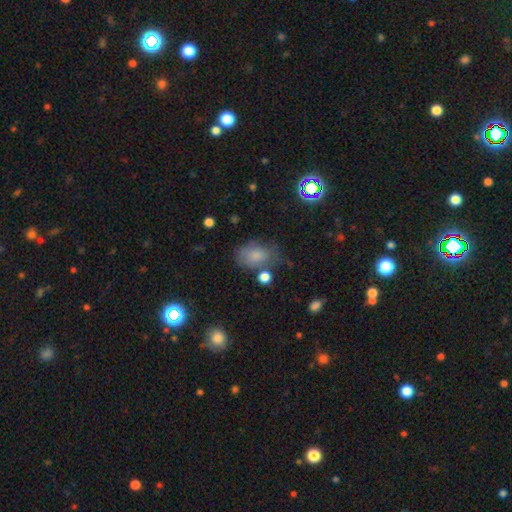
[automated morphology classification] A smooth galaxy with no disk features (76%) that is in between round and cigar-shaped (78%).

Vote fractions:
- Smooth or featured? smooth: 76% / star or artifact: 12% / featured or disk: 12%
- How rounded? in between: 78% / round: 20% / cigar-shaped: 1%
- Merging? none: 54% / minor disturbance: 26% / major disturbance: 12% / merger: 8%